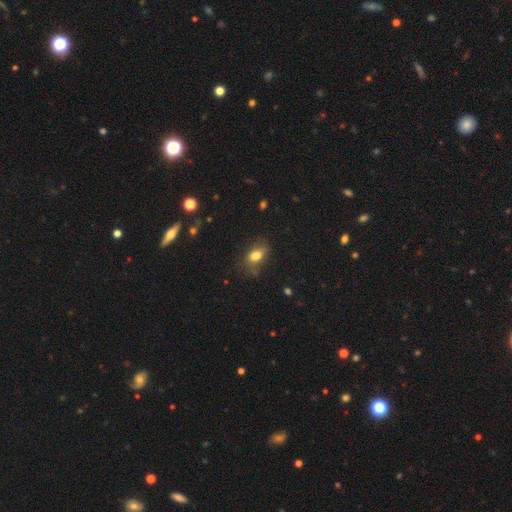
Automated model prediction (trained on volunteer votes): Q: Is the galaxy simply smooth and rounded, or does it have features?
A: smooth — 78%.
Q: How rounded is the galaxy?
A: in between — 80%.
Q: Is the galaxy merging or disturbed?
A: none — 67%.